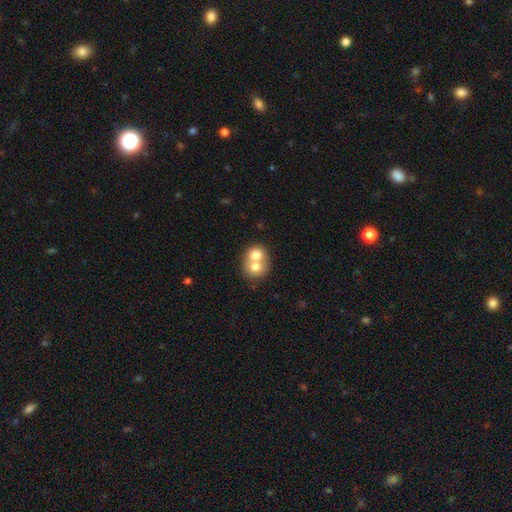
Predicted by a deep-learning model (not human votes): Overall: smooth (69%). How rounded: round (72%). Merging: merger (70%).